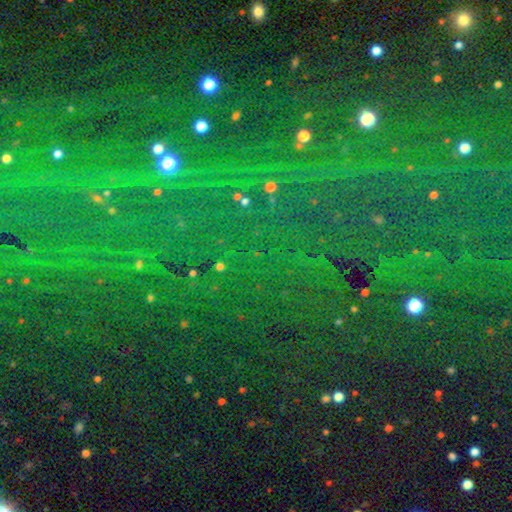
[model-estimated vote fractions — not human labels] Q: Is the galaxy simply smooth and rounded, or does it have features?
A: star or artifact — 84%.